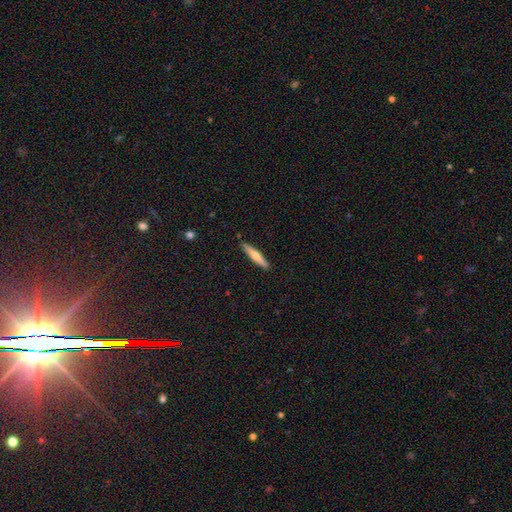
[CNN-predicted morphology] Smooth or featured?
  - smooth: 48% *
  - featured or disk: 47%
  - star or artifact: 5%
Merging?
  - none: 90% *
  - minor disturbance: 7%
  - major disturbance: 1%
  - merger: 1%